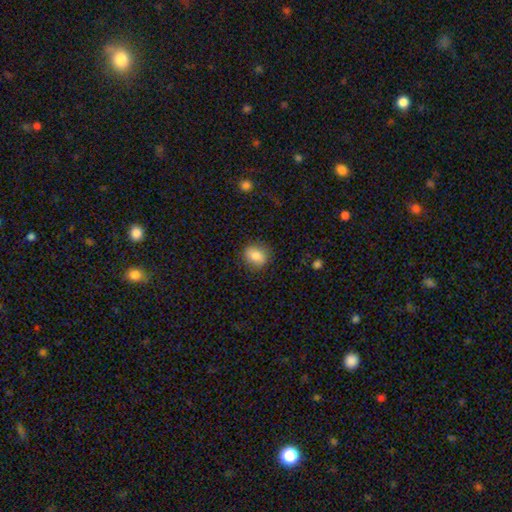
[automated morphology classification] The model was most divided on "how rounded": round: 52%, in between: 47%, cigar-shaped: 1%. More confident: merging — none (85%); smooth or featured — smooth (84%).